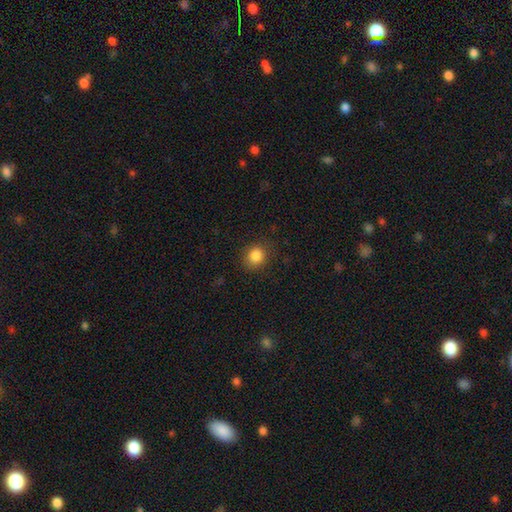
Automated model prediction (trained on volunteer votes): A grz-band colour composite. It shows a smooth galaxy with no disk features (85%) that is round (74%). Merging: none (85%).